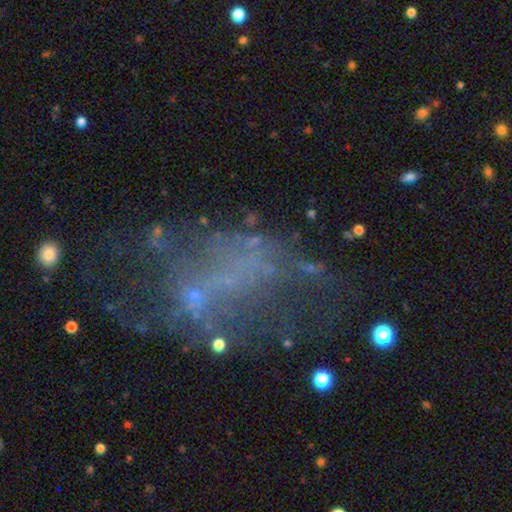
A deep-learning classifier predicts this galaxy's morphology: The model was most divided on "merging": none: 38%, major disturbance: 37%, minor disturbance: 16%, merger: 10%. Remaining: smooth or featured — featured or disk (50%).